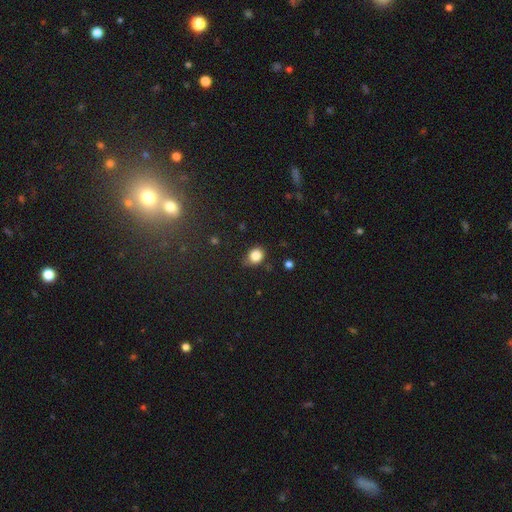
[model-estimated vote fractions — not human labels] smooth-or-featured: smooth: 84% | star or artifact: 10% | featured or disk: 5%
  how-rounded: round: 60% | in between: 39% | cigar-shaped: 1%
  merging: none: 68% | minor disturbance: 25% | major disturbance: 5% | merger: 2%